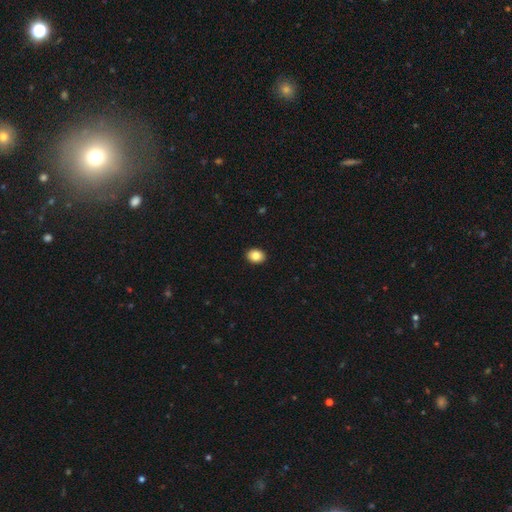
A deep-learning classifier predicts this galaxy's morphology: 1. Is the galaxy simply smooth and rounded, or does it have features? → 85% smooth, 8% star or artifact, 7% featured or disk.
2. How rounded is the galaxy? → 59% in between, 40% round, 1% cigar-shaped.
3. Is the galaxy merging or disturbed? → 92% none, 5% minor disturbance, 1% major disturbance, 1% merger.